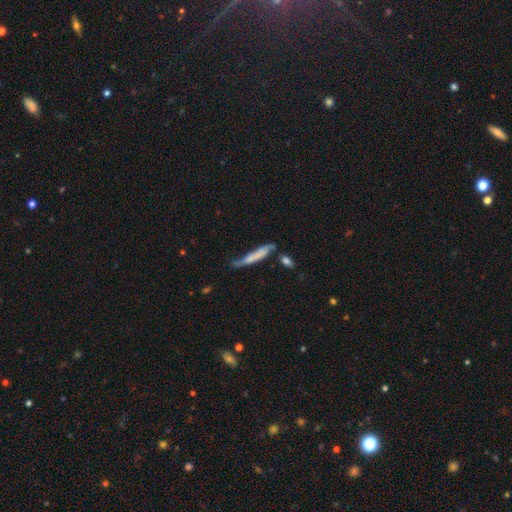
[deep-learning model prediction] A smooth galaxy with no disk features (62%) that is cigar-shaped (90%).

Vote fractions:
- Smooth or featured? smooth: 62% / featured or disk: 31% / star or artifact: 7%
- How rounded? cigar-shaped: 90% / in between: 8% / round: 2%
- Merging? none: 43% / minor disturbance: 31% / major disturbance: 13% / merger: 13%